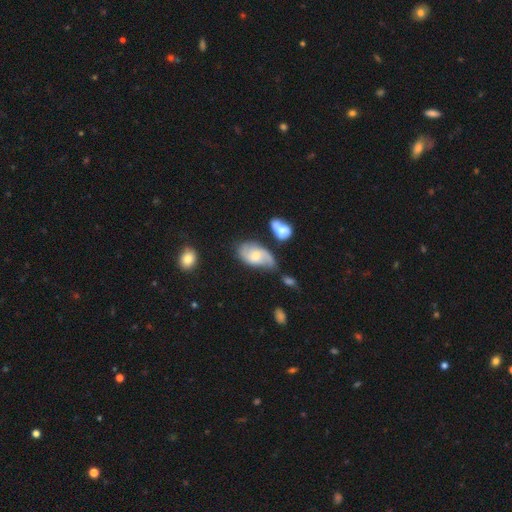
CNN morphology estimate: smooth_or_featured: featured or disk (p=0.63) [alt: smooth p=0.30]
disk_edge_on: no (p=0.95) [alt: yes p=0.05]
bar: no (p=0.63) [alt: weak p=0.32]
has_spiral_arms: yes (p=0.87) [alt: no p=0.13]
spiral_winding: loose (p=0.43) [alt: medium p=0.38]
spiral_arm_count: 2 (p=0.72) [alt: can't tell p=0.15]
bulge_size: moderate (p=0.52) [alt: small p=0.42]
merging: none (p=0.44) [alt: minor disturbance p=0.29]